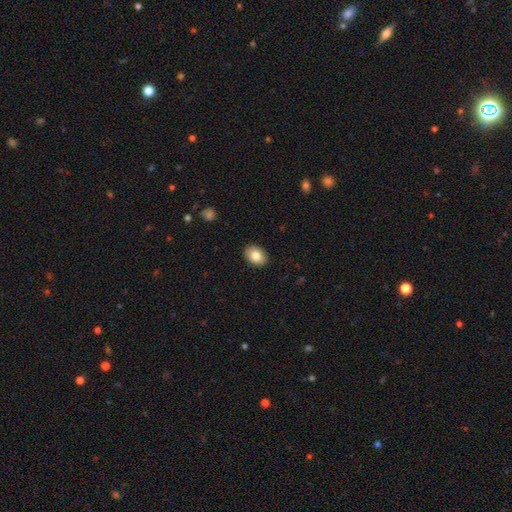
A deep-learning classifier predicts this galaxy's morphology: smooth 83%, featured or disk 9%, star or artifact 8%. Down the decision tree: how rounded — in between (74%); merging — none (90%).